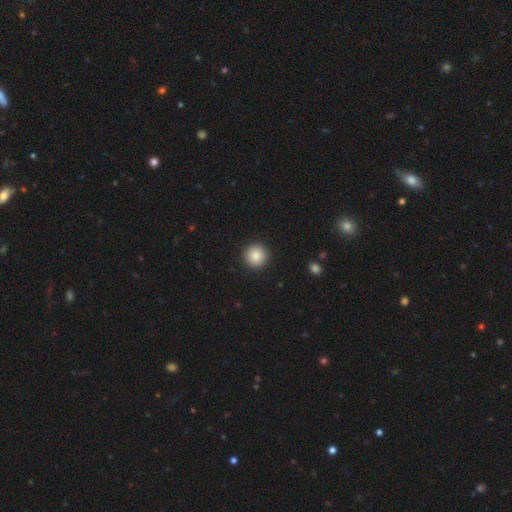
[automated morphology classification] smooth-or-featured: smooth: 87% | star or artifact: 9% | featured or disk: 5%
  how-rounded: round: 96% | in between: 3% | cigar-shaped: 1%
  merging: none: 93% | minor disturbance: 5% | major disturbance: 2% | merger: 1%